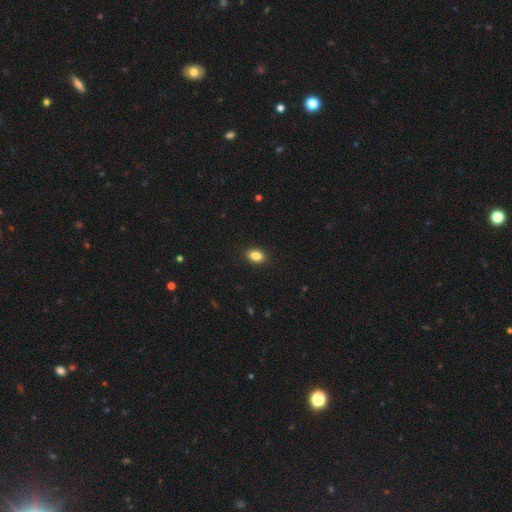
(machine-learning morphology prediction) A smooth galaxy with no disk features (86%) that is in between round and cigar-shaped (84%).

Vote fractions:
- Smooth or featured? smooth: 86% / star or artifact: 9% / featured or disk: 5%
- How rounded? in between: 84% / round: 15% / cigar-shaped: 2%
- Merging? none: 90% / minor disturbance: 7% / major disturbance: 2% / merger: 1%